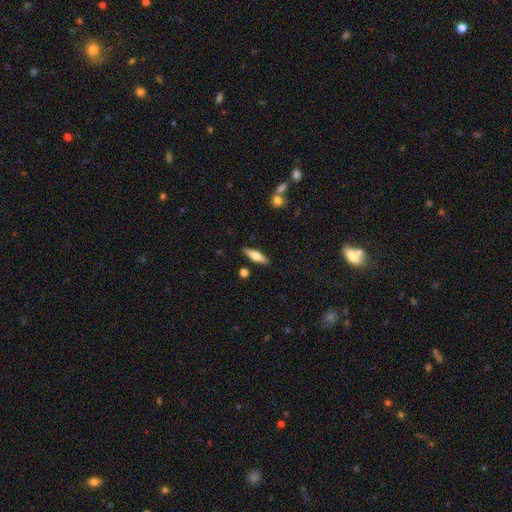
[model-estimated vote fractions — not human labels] smooth 50%, featured or disk 44%, star or artifact 6%. Down the decision tree: merging — none (88%).